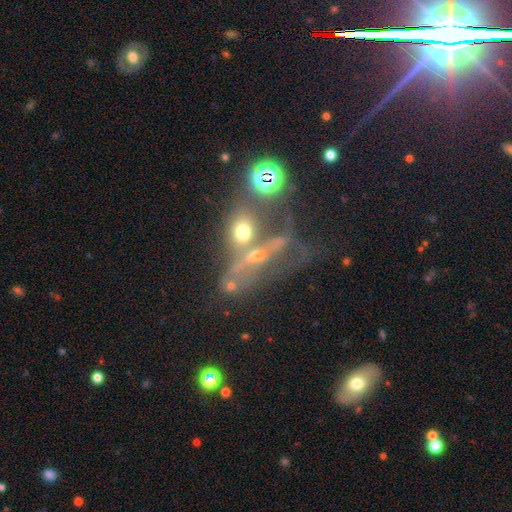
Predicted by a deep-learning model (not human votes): smooth_or_featured: featured or disk (p=0.39) [alt: smooth p=0.33]
merging: merger (p=0.50) [alt: none p=0.25]